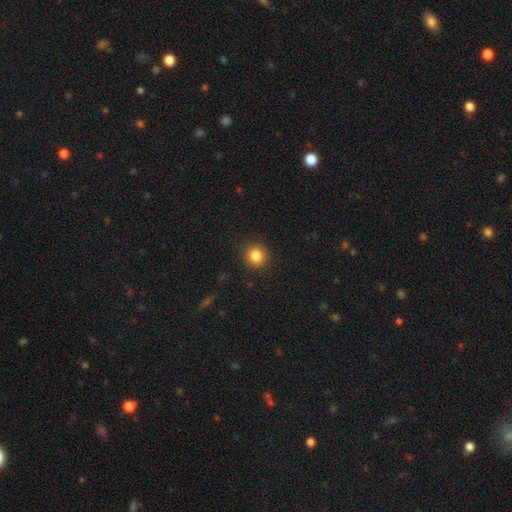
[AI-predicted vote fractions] Smooth or featured: smooth — 85% (star or artifact — 11%)
How rounded: round — 92% (in between — 7%)
Merging: none — 91% (minor disturbance — 6%)